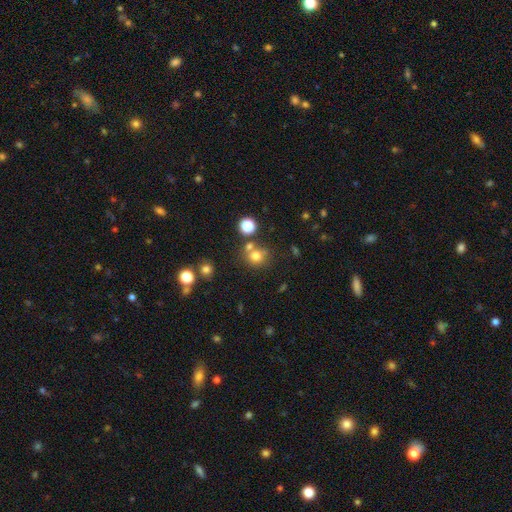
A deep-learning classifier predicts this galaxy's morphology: This is likely a smooth galaxy (73%). How rounded: clearly round (82%). Merging: possibly none (60%).